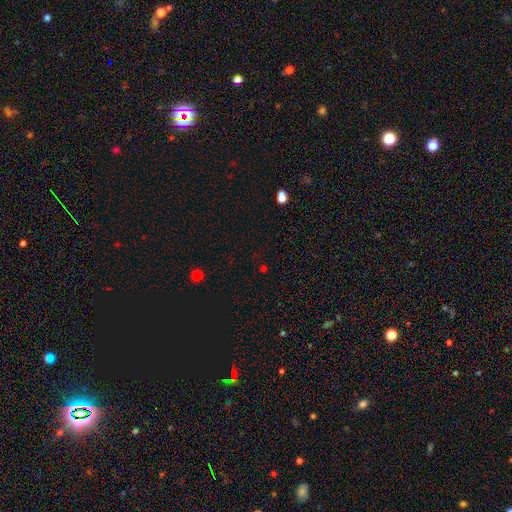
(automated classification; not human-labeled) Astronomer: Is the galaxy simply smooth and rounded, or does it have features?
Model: star or artifact — 59% (runner-up: smooth, 34%).